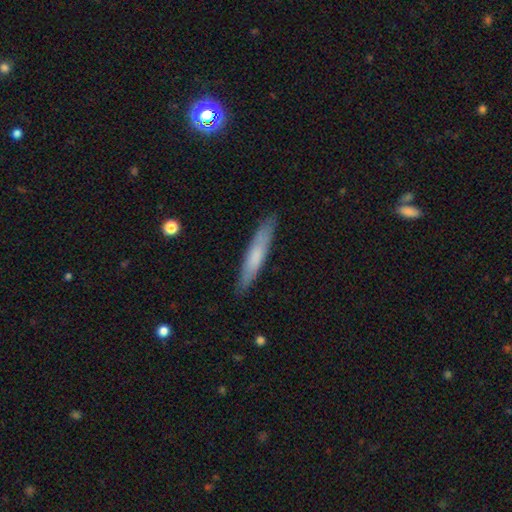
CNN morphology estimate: Smooth or featured? Predicted: smooth (p=0.64). How rounded? Predicted: cigar-shaped (p=0.91). Merging? Predicted: none (p=0.87).